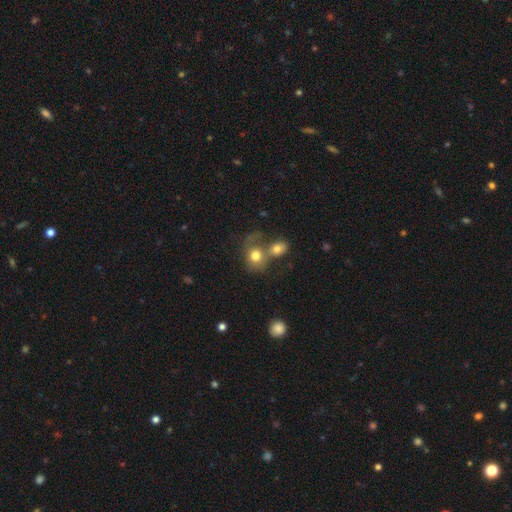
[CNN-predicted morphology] A smooth galaxy with no disk features (75%) that is round (67%). Merging: merger (53%).